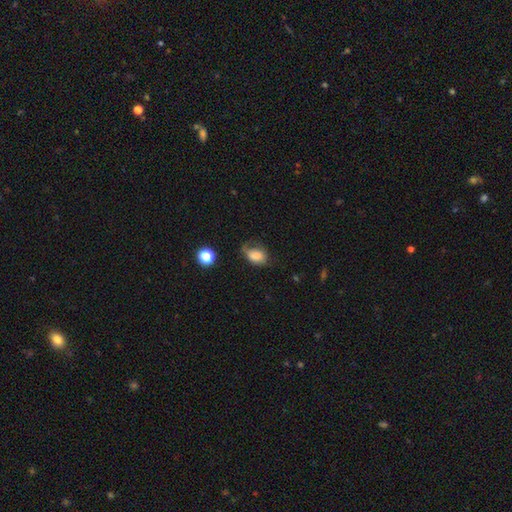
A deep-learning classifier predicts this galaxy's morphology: Overall: smooth (77%). How rounded: in between (77%). Merging: none (42%; minor disturbance 33%).